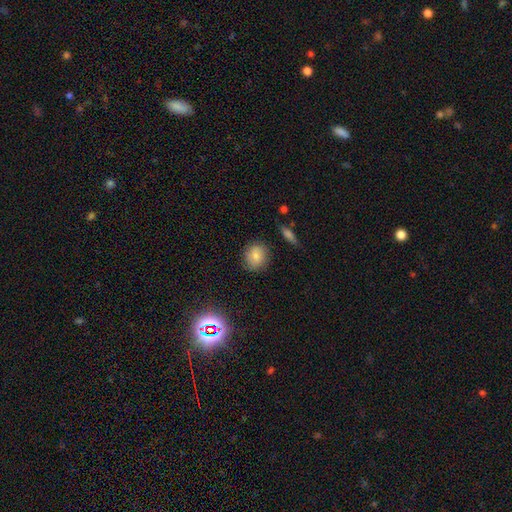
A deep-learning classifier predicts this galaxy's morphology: A smooth galaxy with no disk features (80%) that is round (75%). Merging: none (83%).